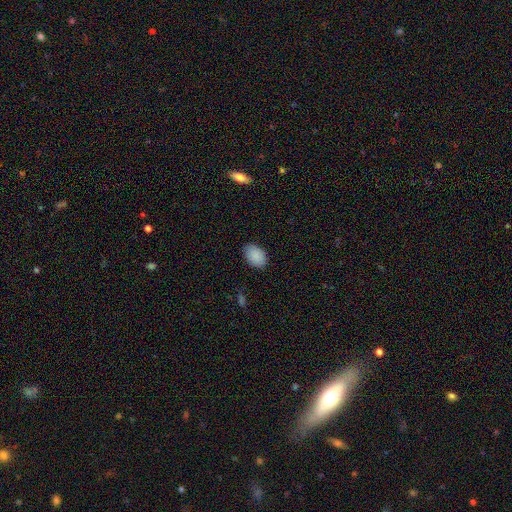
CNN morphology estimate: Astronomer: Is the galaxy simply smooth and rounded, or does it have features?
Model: smooth — 89%.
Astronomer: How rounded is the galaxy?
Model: in between — 86%.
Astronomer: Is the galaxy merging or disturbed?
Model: none — 86%.